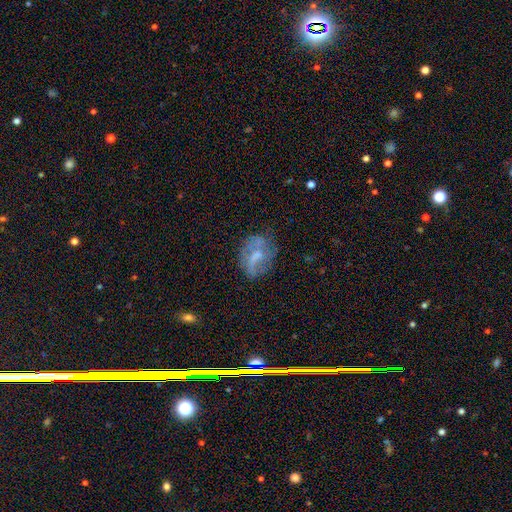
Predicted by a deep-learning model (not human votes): The model was most divided on "spiral arms" (2-way tie): no: 50%, yes: 50%. Remaining: edge-on disk — no (96%); smooth or featured — featured or disk (55%); merging — none (53%); bar — no (46%); bulge size — moderate (34%).